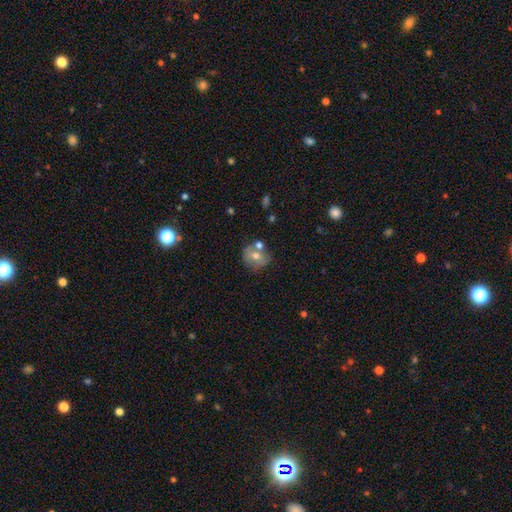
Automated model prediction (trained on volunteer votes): Overall: smooth (62%; featured or disk 28%). How rounded: round (78%). Merging: none (53%; merger 26%).